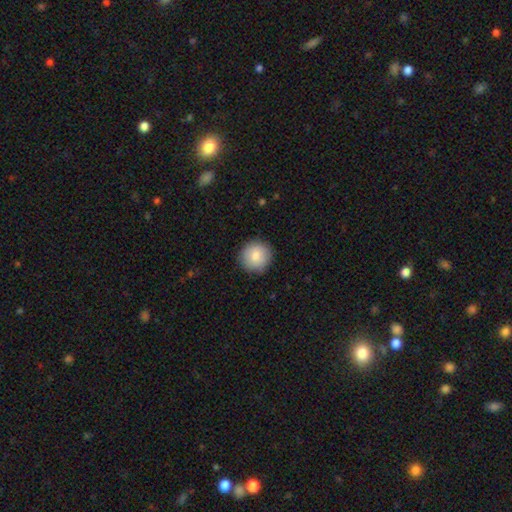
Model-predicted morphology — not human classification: The model was most divided on "smooth or featured": smooth: 84%, featured or disk: 9%, star or artifact: 7%. More confident: how rounded — round (94%); merging — none (89%).